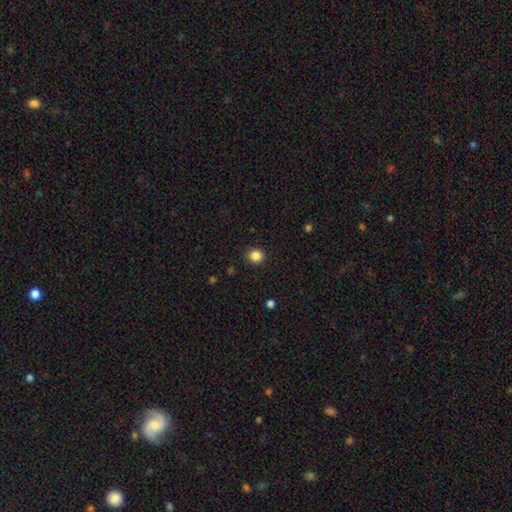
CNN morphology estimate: Smooth or featured: smooth — 86% (star or artifact — 11%)
How rounded: round — 85% (in between — 14%)
Merging: none — 90% (minor disturbance — 7%)